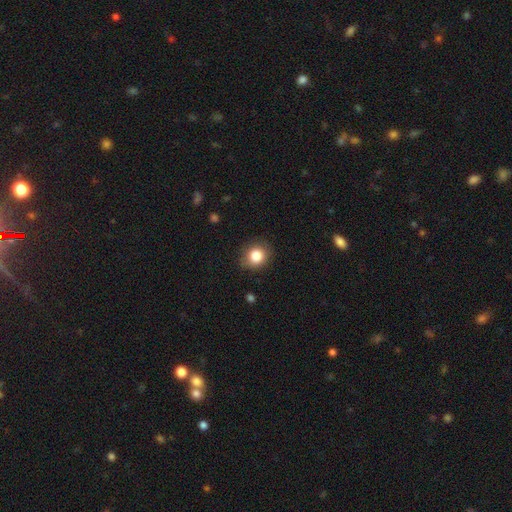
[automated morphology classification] This appears to be a smooth galaxy with no disk features (84%) that is round (78%). Merging: none (83%).